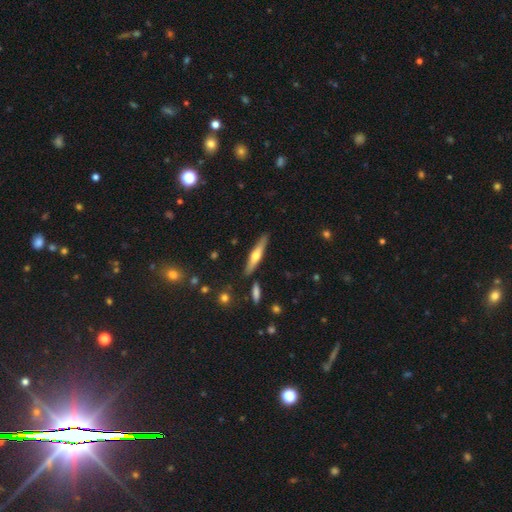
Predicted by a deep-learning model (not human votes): Morphology: type=featured or disk (52%); edge-on=yes (93%); merging=none (87%).